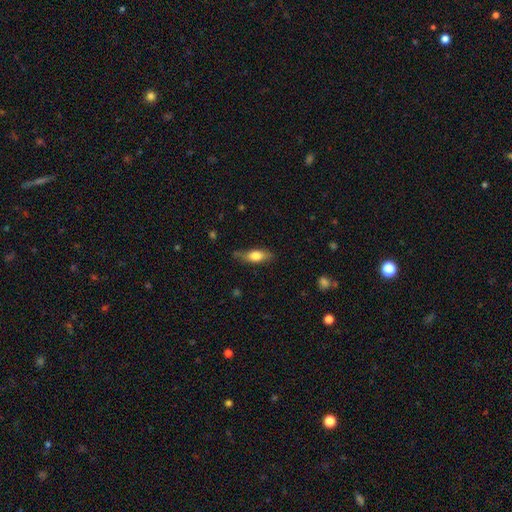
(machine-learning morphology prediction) Overall: smooth (72%). How rounded: in between (67%; cigar-shaped 29%). Merging: none (72%).